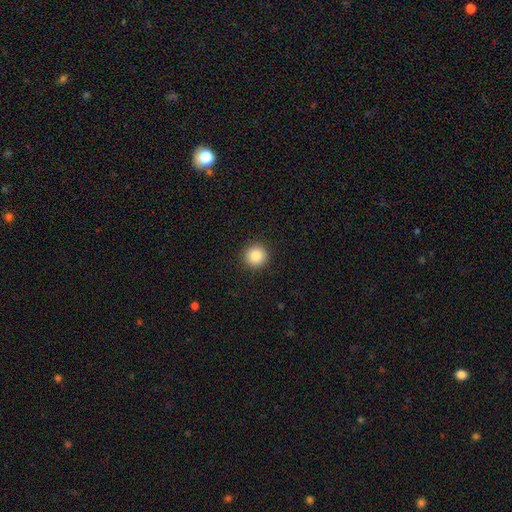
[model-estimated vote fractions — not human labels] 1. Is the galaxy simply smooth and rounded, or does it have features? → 86% smooth, 10% star or artifact, 4% featured or disk.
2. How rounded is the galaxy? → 95% round, 4% in between, 1% cigar-shaped.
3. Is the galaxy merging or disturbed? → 93% none, 5% minor disturbance, 2% major disturbance, 1% merger.